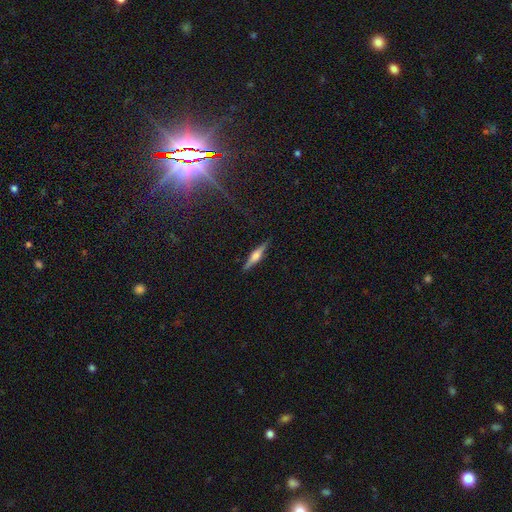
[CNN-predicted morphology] Smooth or featured? Predicted: featured or disk (p=0.67). Edge-on disk? Predicted: yes (p=0.97). Edge-on bulge? Predicted: rounded (p=0.82). Merging? Predicted: none (p=0.89).